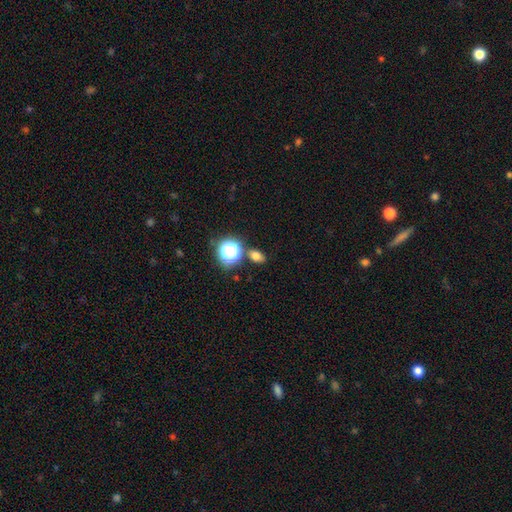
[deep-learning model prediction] Q: Smooth or featured?
A: smooth (72%); runner-up: star or artifact (21%)
Q: How rounded?
A: in between (67%); runner-up: round (31%)
Q: Merging?
A: none (78%); runner-up: minor disturbance (10%)